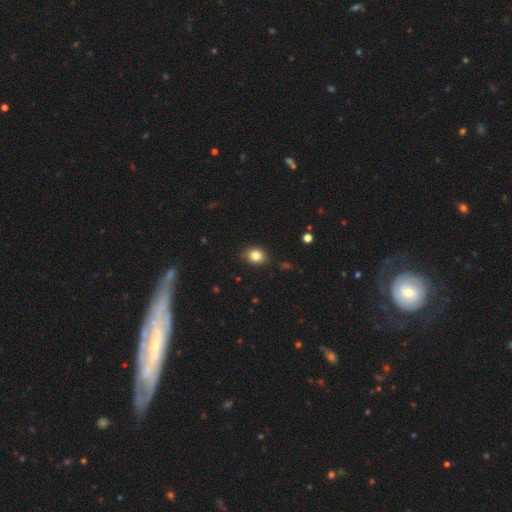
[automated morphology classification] Smooth or featured: smooth — 83% (star or artifact — 11%)
How rounded: round — 61% (in between — 38%)
Merging: none — 80% (minor disturbance — 16%)